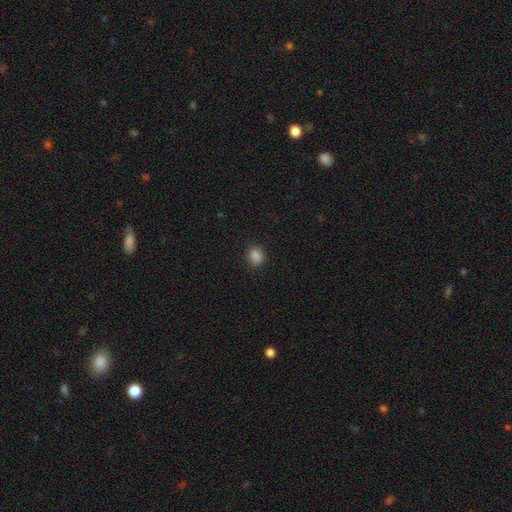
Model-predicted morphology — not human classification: Q: Smooth or featured?
A: smooth (86%); runner-up: star or artifact (11%)
Q: How rounded?
A: round (69%); runner-up: in between (30%)
Q: Merging?
A: none (88%); runner-up: minor disturbance (8%)